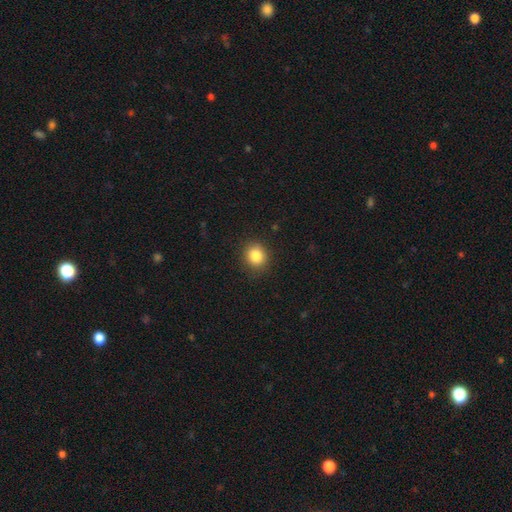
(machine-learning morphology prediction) The model was most divided on "how rounded": round: 79%, in between: 20%, cigar-shaped: 1%. More confident: merging — none (88%); smooth or featured — smooth (84%).